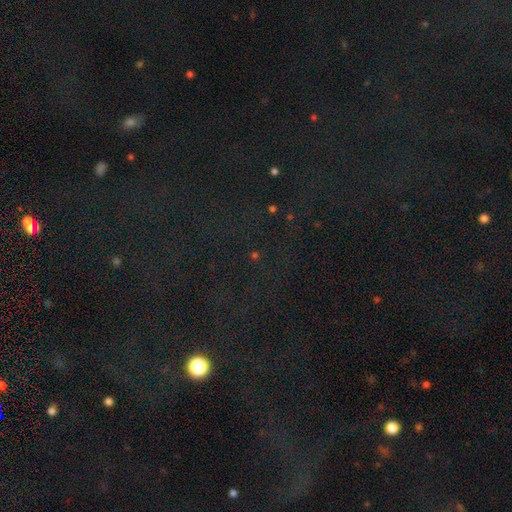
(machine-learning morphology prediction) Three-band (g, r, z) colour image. It shows a star or artifact, not a galaxy (78%).